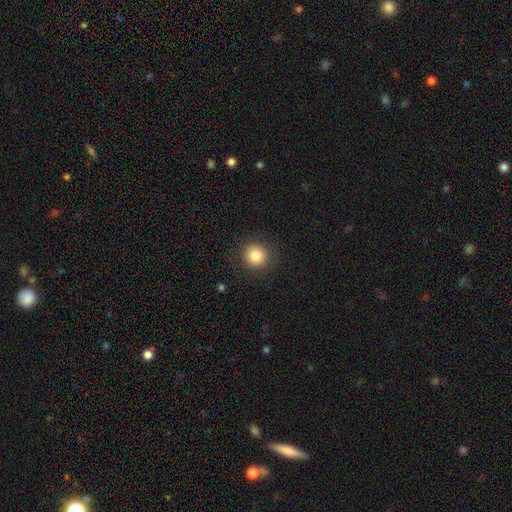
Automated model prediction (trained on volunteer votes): Smooth or featured? smooth (83%)
How rounded? round (92%)
Merging? none (88%)